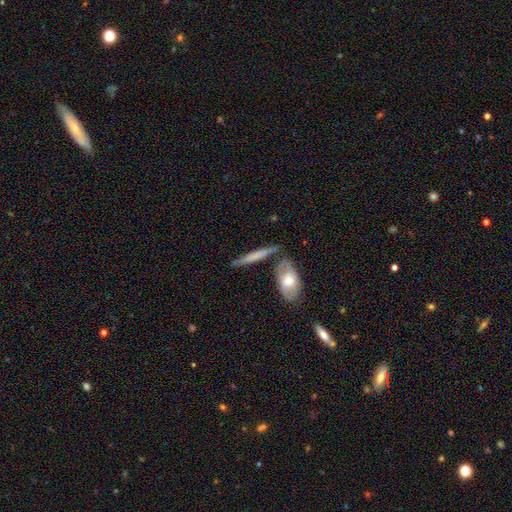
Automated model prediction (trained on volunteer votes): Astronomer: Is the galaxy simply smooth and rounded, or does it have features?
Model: smooth — 53% (runner-up: featured or disk, 42%).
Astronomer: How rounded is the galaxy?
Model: cigar-shaped — 83%.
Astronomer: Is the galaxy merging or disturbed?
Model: none — 71%.